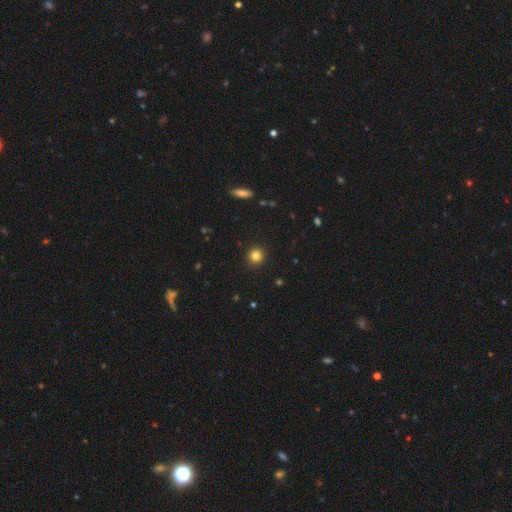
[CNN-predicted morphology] Q: Smooth or featured?
A: smooth (83%); runner-up: star or artifact (12%)
Q: How rounded?
A: round (94%); runner-up: in between (5%)
Q: Merging?
A: none (93%); runner-up: minor disturbance (5%)